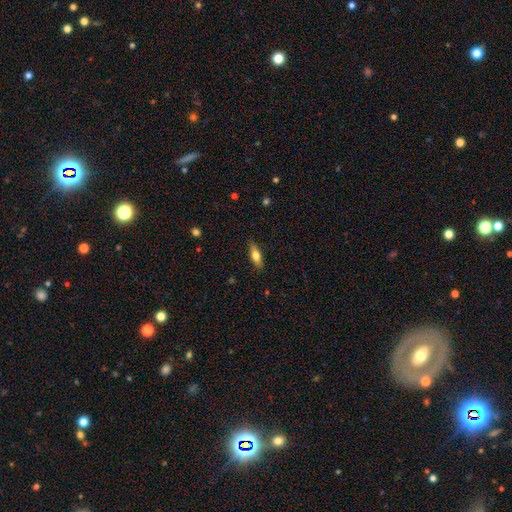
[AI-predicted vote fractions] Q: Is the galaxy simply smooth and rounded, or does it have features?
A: smooth — 69%.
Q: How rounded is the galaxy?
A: in between — 59%.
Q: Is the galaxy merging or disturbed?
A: none — 87%.